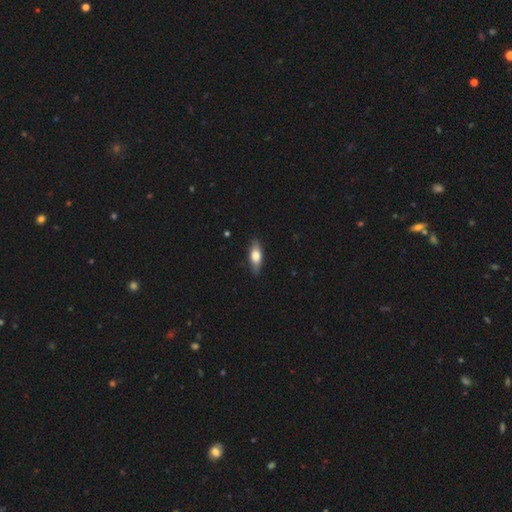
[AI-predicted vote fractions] This is likely a smooth galaxy (68%). How rounded: likely in between (68%). Merging: clearly none (85%).